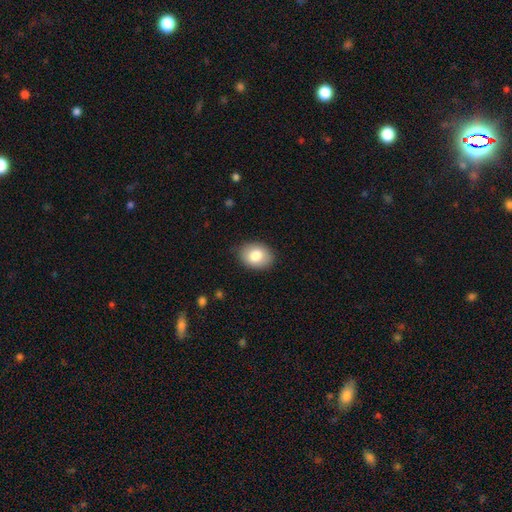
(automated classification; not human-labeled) This appears to be a smooth galaxy with no disk features (81%) that is in between round and cigar-shaped (68%). Merging: none (85%).